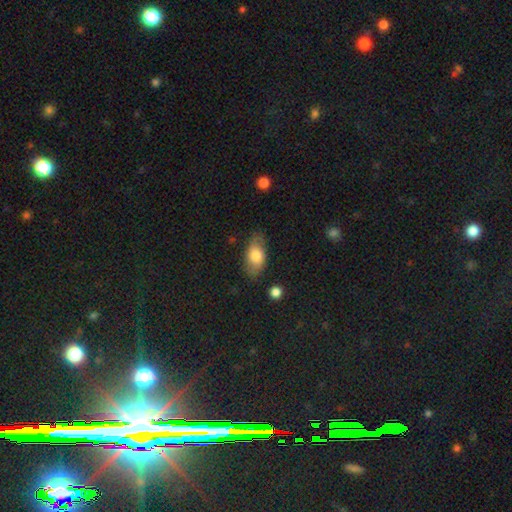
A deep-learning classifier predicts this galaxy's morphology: smooth 75%, featured or disk 19%, star or artifact 7%. Down the decision tree: how rounded — in between (90%); merging — none (71%).